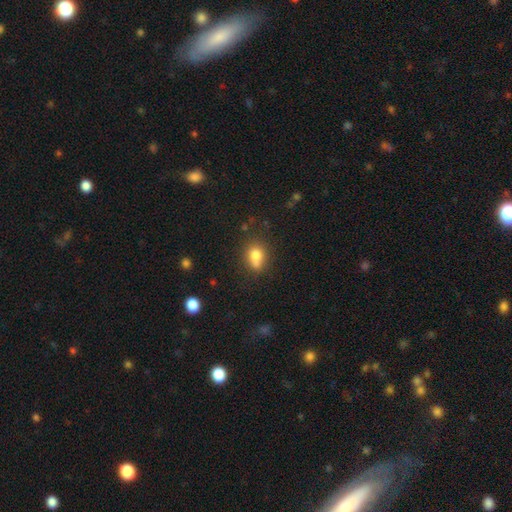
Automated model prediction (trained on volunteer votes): This is likely a smooth galaxy (76%). How rounded: possibly in between (54%). Merging: possibly none (52%).